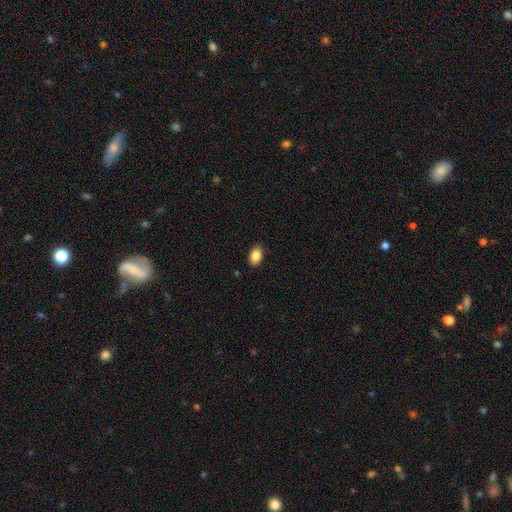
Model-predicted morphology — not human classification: Q: Smooth or featured?
A: smooth (86%); runner-up: star or artifact (8%)
Q: How rounded?
A: in between (89%); runner-up: round (10%)
Q: Merging?
A: none (89%); runner-up: minor disturbance (8%)